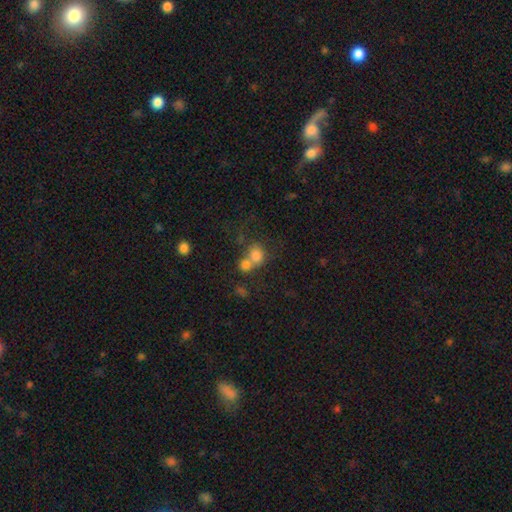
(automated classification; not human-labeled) This is likely a smooth galaxy (77%). How rounded: likely round (65%). Merging: possibly merger (55%).